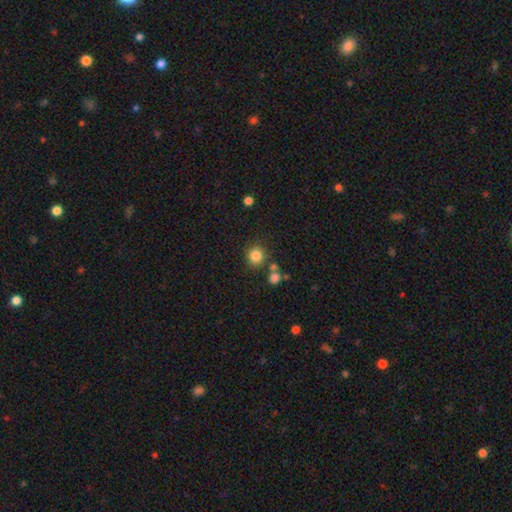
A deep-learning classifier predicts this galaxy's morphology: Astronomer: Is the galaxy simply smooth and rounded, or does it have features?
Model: smooth — 84%.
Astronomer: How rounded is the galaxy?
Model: round — 90%.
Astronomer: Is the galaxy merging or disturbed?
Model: none — 77%.